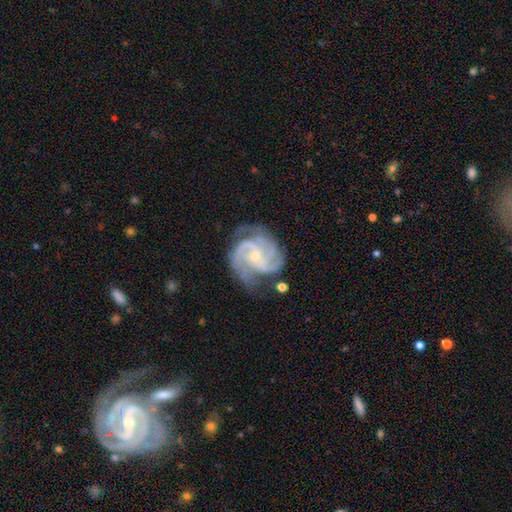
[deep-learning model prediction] Morphology: type=featured or disk (92%); edge-on=no (98%); bar=no (59%); spiral arms=yes (98%); winding=tight (48%); arm count=3 (51%); bulge=small (70%); merging=none (69%).